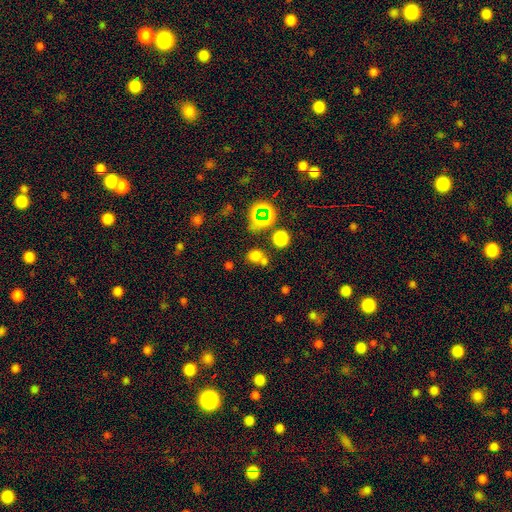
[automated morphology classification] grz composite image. It shows a smooth galaxy with no disk features (66%) that is round (66%). Merging: none (55%).